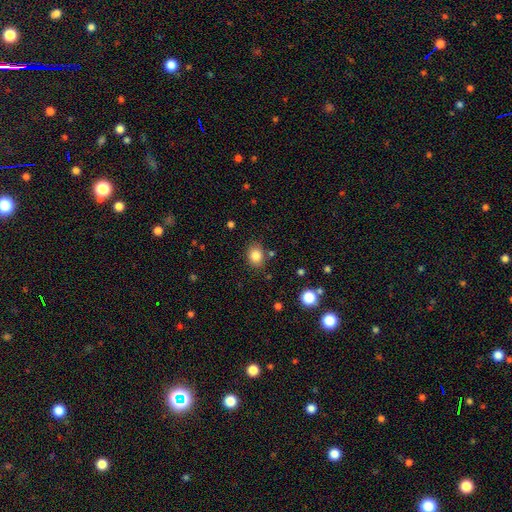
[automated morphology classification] Smooth or featured? Predicted: smooth (p=0.84). How rounded? Predicted: round (p=0.51). Merging? Predicted: none (p=0.81).